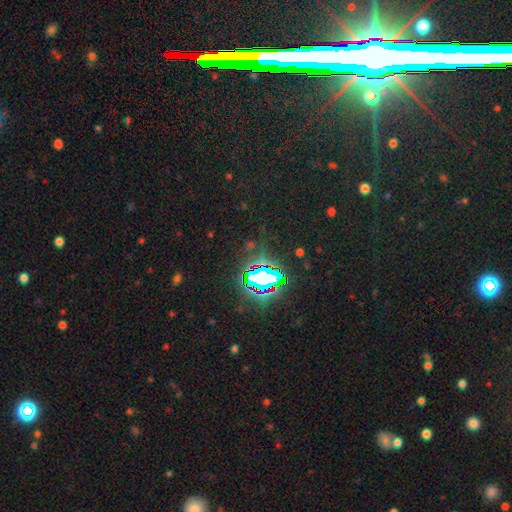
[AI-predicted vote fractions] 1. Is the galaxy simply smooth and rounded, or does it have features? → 83% star or artifact, 10% smooth, 8% featured or disk.